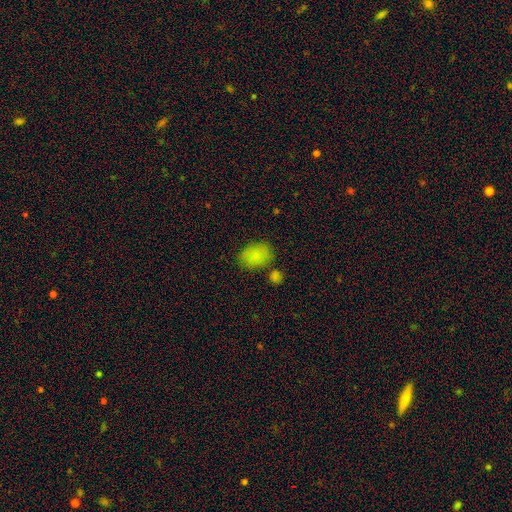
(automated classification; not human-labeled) This is clearly a smooth galaxy (86%). How rounded: likely in between (77%). Merging: likely none (72%).